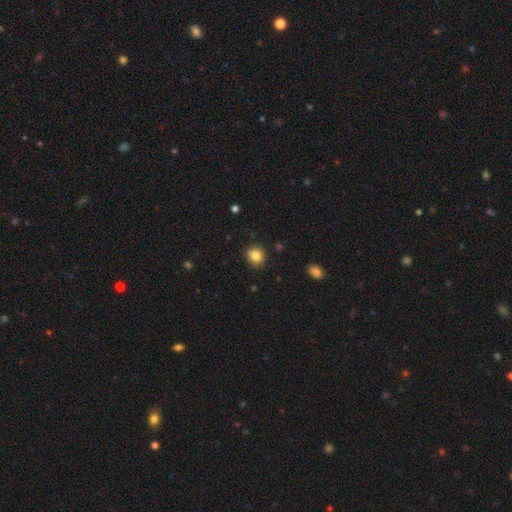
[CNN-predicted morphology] This is clearly a smooth galaxy (83%). How rounded: likely round (79%). Merging: clearly none (86%).